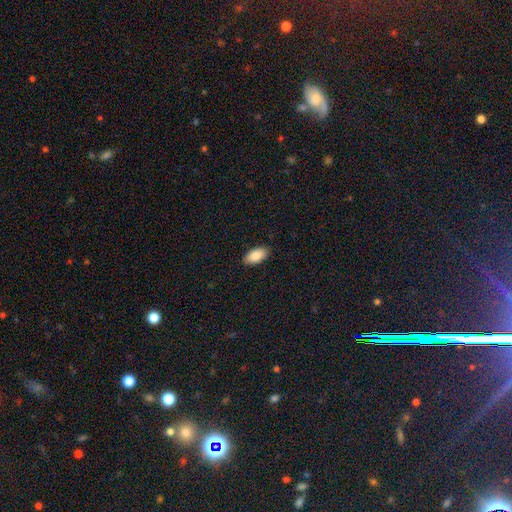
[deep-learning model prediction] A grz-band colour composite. It shows a smooth galaxy with no disk features (89%) that is in between round and cigar-shaped (94%). Merging: none (88%).